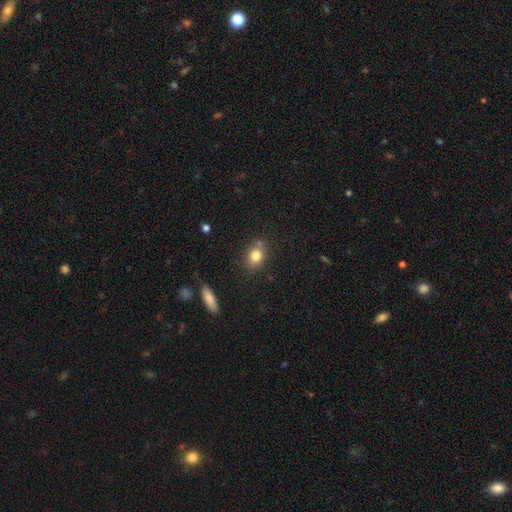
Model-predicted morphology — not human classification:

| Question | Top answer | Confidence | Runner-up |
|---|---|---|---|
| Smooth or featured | smooth | 81% | star or artifact (11%) |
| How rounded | in between | 50% | round (49%) |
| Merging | none | 73% | minor disturbance (13%) |